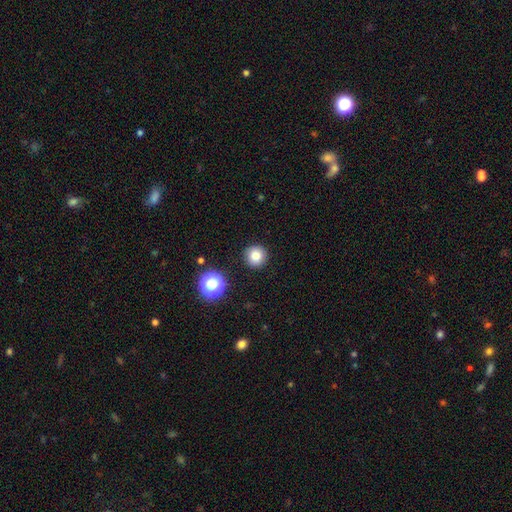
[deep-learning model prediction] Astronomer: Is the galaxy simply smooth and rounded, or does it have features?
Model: smooth — 81%.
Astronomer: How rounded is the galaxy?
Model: round — 95%.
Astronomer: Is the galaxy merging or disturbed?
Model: none — 91%.